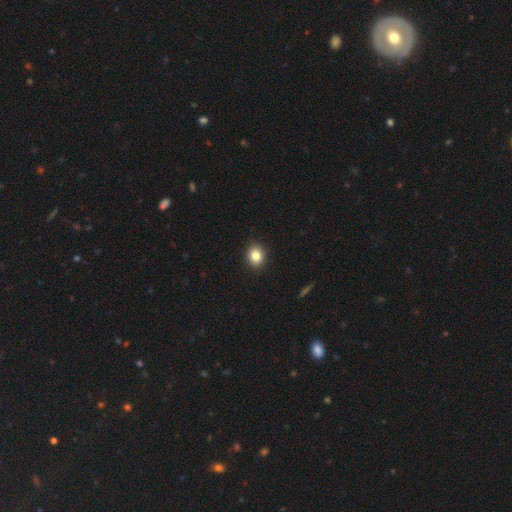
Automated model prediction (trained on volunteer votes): Smooth or featured? Predicted: smooth (p=0.83). How rounded? Predicted: round (p=0.60). Merging? Predicted: none (p=0.91).